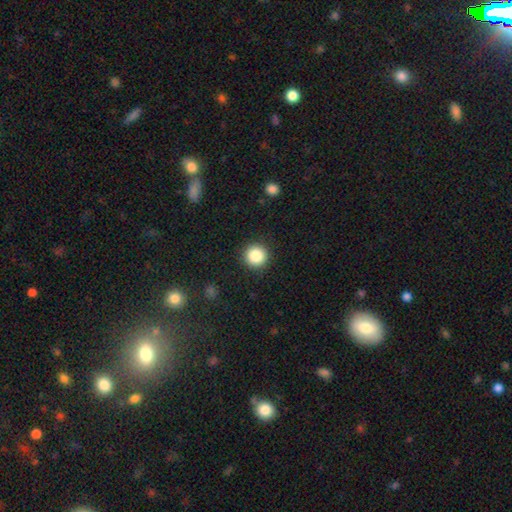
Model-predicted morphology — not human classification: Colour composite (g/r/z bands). It shows a smooth galaxy with no disk features (86%) that is round (96%). Merging: none (92%).